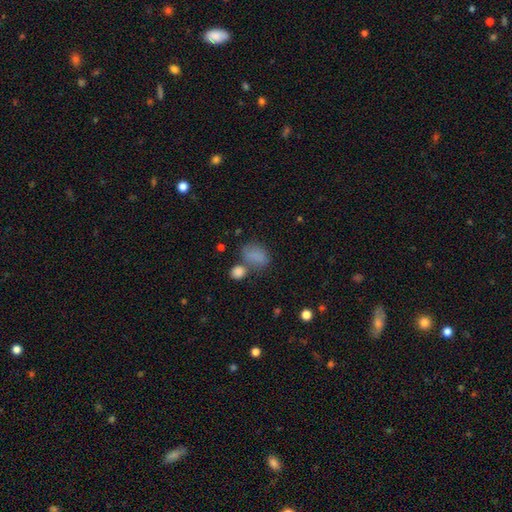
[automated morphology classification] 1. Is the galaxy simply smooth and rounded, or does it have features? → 79% smooth, 11% star or artifact, 10% featured or disk.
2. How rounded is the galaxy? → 73% in between, 26% round, 2% cigar-shaped.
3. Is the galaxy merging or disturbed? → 45% none, 24% merger, 20% minor disturbance, 11% major disturbance.